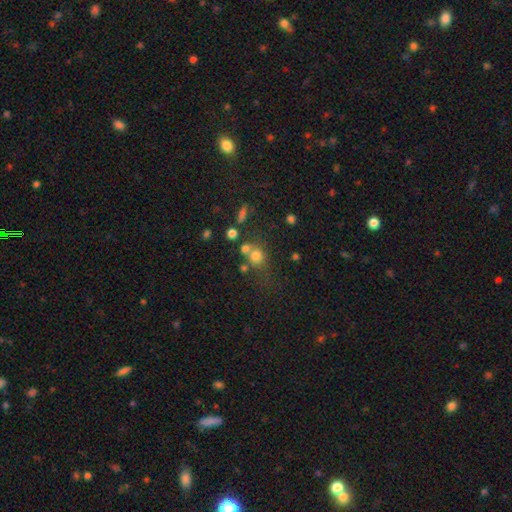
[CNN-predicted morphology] type=smooth (72%); roundness=round (78%); merging=none (50%).